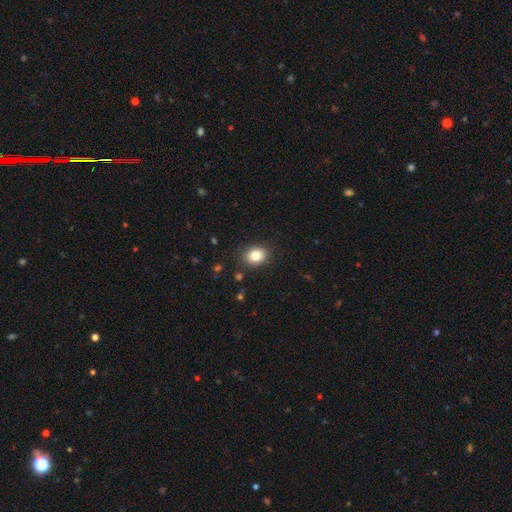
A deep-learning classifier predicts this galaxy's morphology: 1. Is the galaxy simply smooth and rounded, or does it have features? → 83% smooth, 10% star or artifact, 7% featured or disk.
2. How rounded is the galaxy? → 54% in between, 45% round, 1% cigar-shaped.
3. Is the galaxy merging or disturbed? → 87% none, 9% minor disturbance, 3% major disturbance, 1% merger.